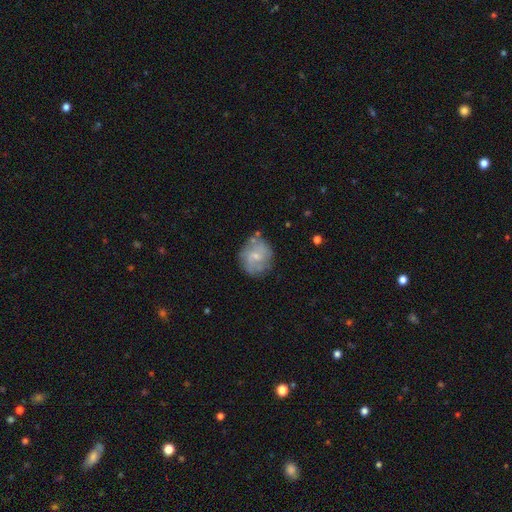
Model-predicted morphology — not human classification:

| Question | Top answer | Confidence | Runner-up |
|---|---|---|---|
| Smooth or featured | featured or disk | 46% | tied: smooth (46%) |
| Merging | none | 69% | minor disturbance (20%) |